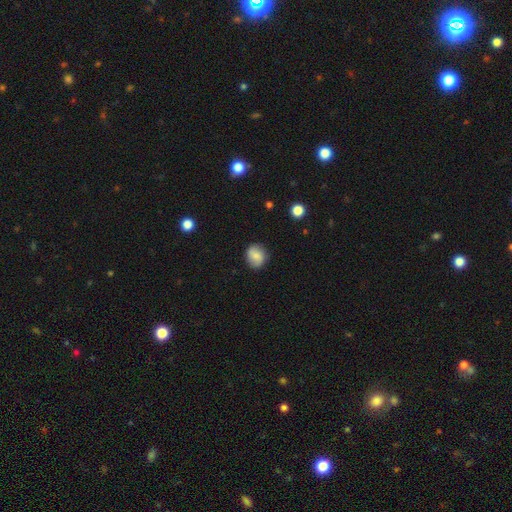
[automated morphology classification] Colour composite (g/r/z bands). It shows a smooth galaxy with no disk features (69%) that is round (74%). Merging: none (82%).